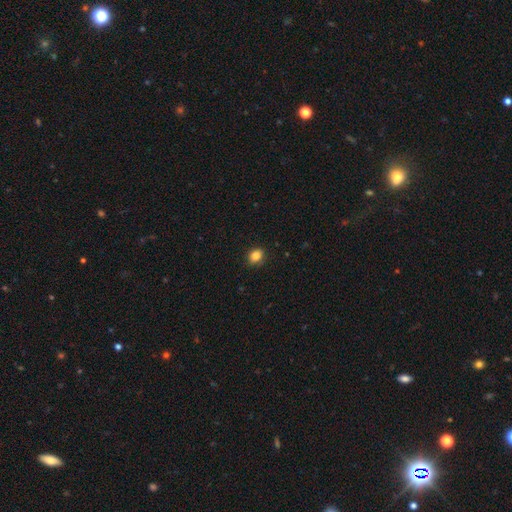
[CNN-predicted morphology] A smooth galaxy with no disk features (86%) that is round (56%).

Vote fractions:
- Smooth or featured? smooth: 86% / star or artifact: 10% / featured or disk: 4%
- How rounded? round: 56% / in between: 43% / cigar-shaped: 1%
- Merging? none: 85% / minor disturbance: 11% / major disturbance: 2% / merger: 1%